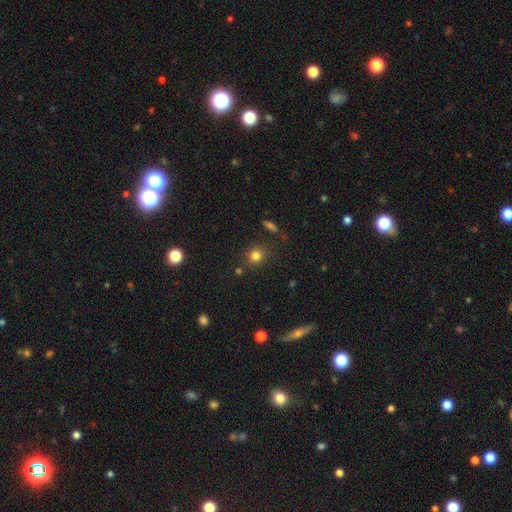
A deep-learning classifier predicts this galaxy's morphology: Smooth or featured? smooth (78%)
How rounded? round (77%)
Merging? none (80%)